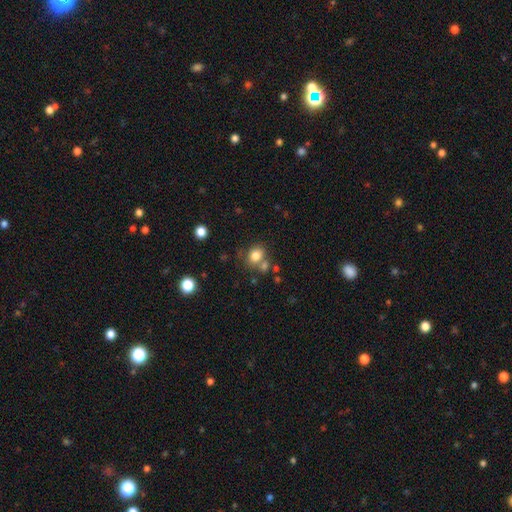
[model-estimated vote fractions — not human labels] Overall: smooth (80%). How rounded: round (59%; in between 40%). Merging: none (61%; merger 21%).